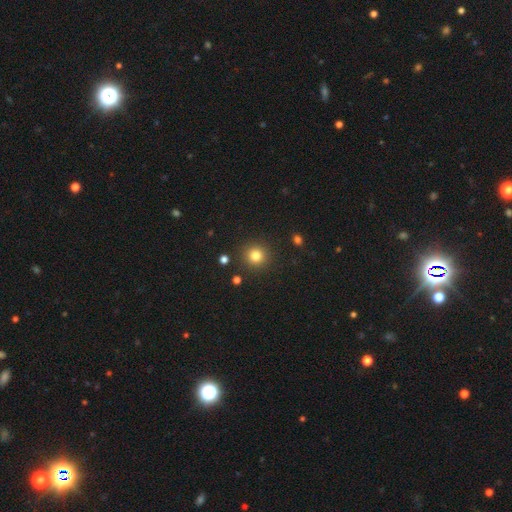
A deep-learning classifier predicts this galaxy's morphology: The model was most divided on "smooth or featured": smooth: 82%, star or artifact: 13%, featured or disk: 6%. More confident: how rounded — round (94%); merging — none (90%).